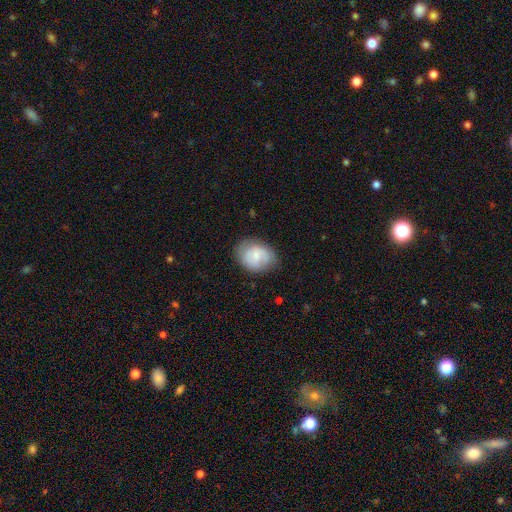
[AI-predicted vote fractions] A smooth galaxy with no disk features (62%) that is in between round and cigar-shaped (66%).

Vote fractions:
- Smooth or featured? smooth: 62% / featured or disk: 31% / star or artifact: 7%
- How rounded? in between: 66% / round: 33% / cigar-shaped: 1%
- Merging? none: 72% / minor disturbance: 21% / major disturbance: 6% / merger: 1%